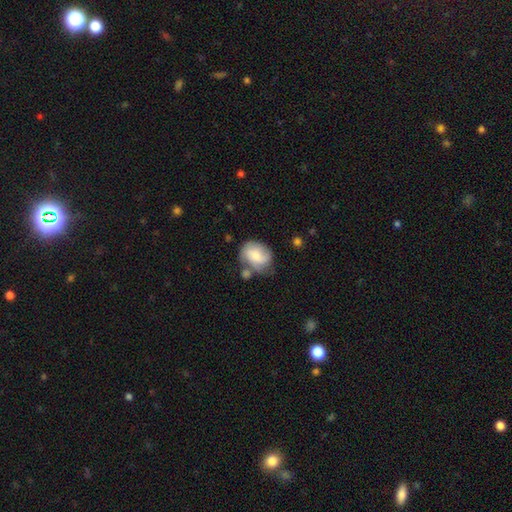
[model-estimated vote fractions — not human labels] This is likely a smooth galaxy (63%). How rounded: possibly in between (53%). Merging: possibly none (45%).